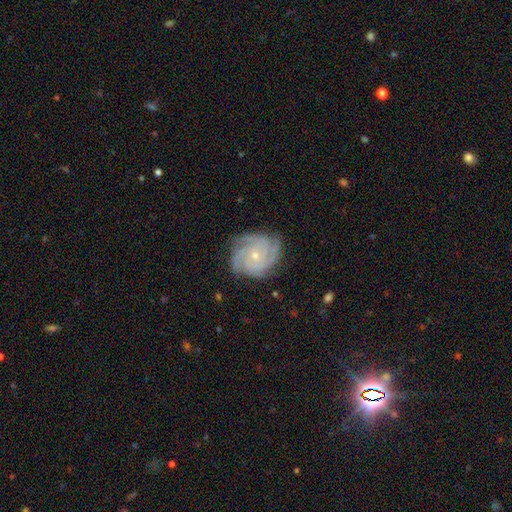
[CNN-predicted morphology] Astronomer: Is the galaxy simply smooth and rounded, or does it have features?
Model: featured or disk — 89%.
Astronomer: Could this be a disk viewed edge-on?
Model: no — 98%.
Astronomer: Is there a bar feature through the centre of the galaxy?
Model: no — 76%.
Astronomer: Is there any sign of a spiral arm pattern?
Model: yes — 98%.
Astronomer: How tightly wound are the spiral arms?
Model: tight — 75%.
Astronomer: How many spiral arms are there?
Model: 4 — 39% (runner-up: 3, 33%).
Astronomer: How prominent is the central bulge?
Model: small — 74%.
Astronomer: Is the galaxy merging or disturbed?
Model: none — 80%.